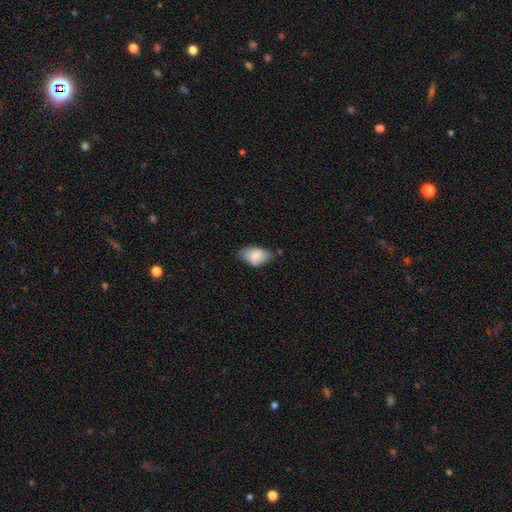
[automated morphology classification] A smooth galaxy with no disk features (84%) that is in between round and cigar-shaped (92%). Merging: none (57%).